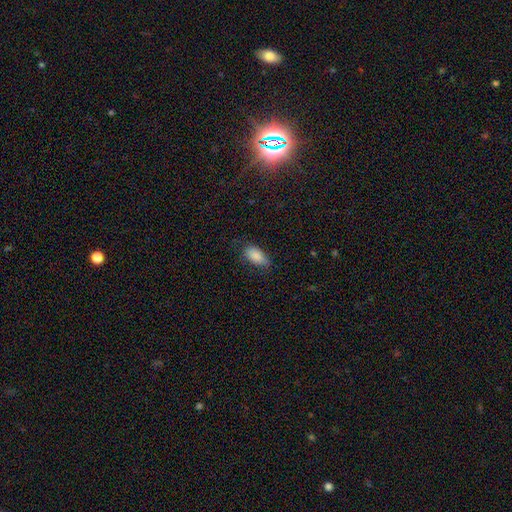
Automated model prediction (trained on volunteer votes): Smooth or featured?
  - smooth: 85% *
  - featured or disk: 7%
  - star or artifact: 7%
How rounded?
  - in between: 92% *
  - cigar-shaped: 4%
  - round: 3%
Merging?
  - none: 67% *
  - minor disturbance: 26%
  - major disturbance: 6%
  - merger: 1%